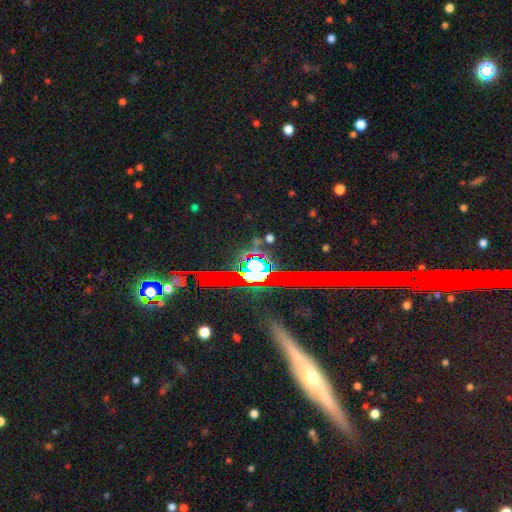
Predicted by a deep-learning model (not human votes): This appears to be a star or artifact, not a galaxy (71%).